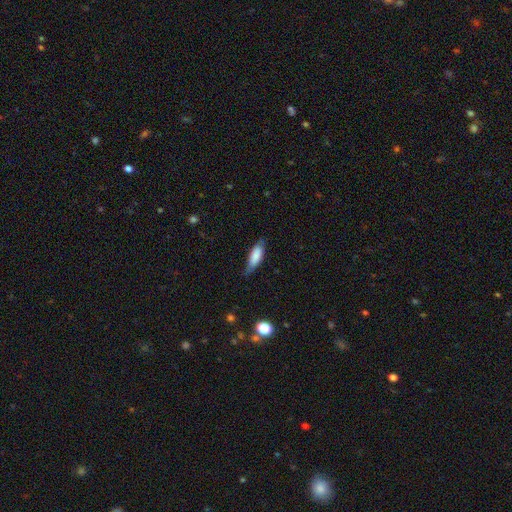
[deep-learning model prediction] Smooth or featured? smooth (76%)
How rounded? in between (61%)
Merging? none (65%)